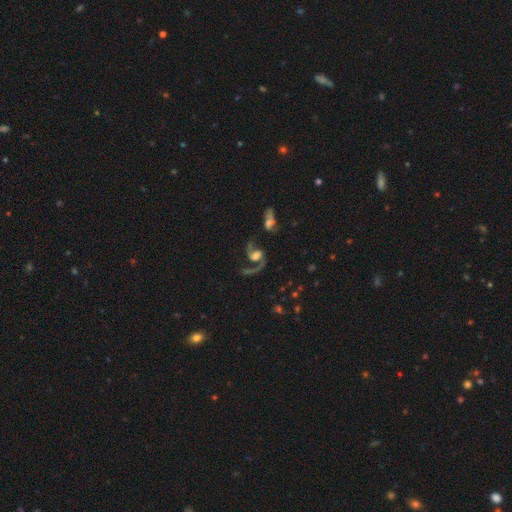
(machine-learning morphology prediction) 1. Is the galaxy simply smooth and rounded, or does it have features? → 83% featured or disk, 9% smooth, 8% star or artifact.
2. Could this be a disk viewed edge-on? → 97% no, 3% yes.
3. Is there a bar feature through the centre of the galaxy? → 46% no, 38% weak, 16% strong.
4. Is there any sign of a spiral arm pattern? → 95% yes, 5% no.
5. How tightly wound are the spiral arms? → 63% loose, 31% medium, 6% tight.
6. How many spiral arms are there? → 77% 2, 19% 1, 2% can't tell, 1% 3, 1% 4, 1% more than 4.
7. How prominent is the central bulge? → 34% moderate, 32% large, 16% small, 13% none, 5% dominant.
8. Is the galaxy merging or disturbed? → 44% none, 25% major disturbance, 17% merger, 14% minor disturbance.